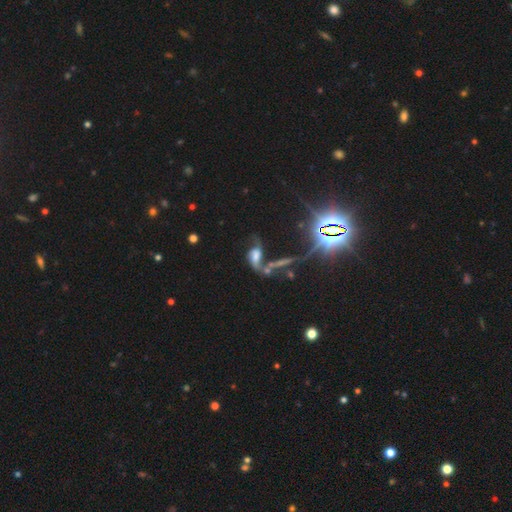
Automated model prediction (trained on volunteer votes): Smooth or featured: featured or disk — 49% (smooth — 29%)
Merging: merger — 43% (none — 23%)